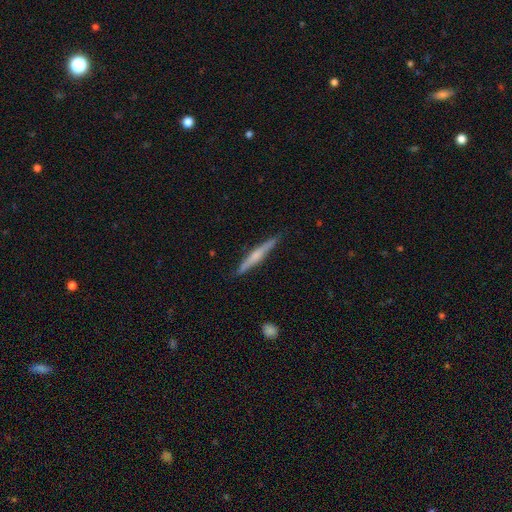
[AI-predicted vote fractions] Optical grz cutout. It shows a featured or disk galaxy (60%) viewed edge-on (97%) with a rounded central bulge (65%). Merging: none (89%).